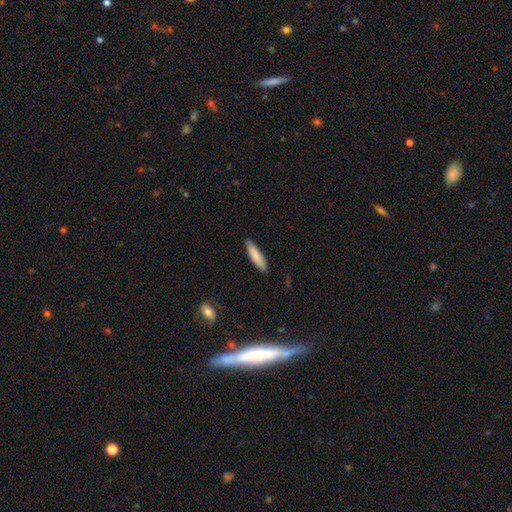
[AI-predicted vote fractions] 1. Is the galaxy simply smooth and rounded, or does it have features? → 85% smooth, 10% featured or disk, 5% star or artifact.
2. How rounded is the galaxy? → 76% cigar-shaped, 23% in between, 1% round.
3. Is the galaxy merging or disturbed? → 88% none, 9% minor disturbance, 2% major disturbance, 1% merger.